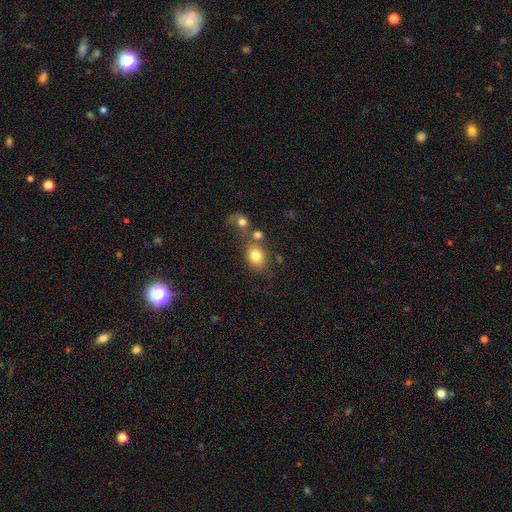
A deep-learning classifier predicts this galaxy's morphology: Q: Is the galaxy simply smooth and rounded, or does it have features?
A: smooth — 80%.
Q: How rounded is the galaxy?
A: in between — 60%.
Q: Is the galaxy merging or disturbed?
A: none — 53%.